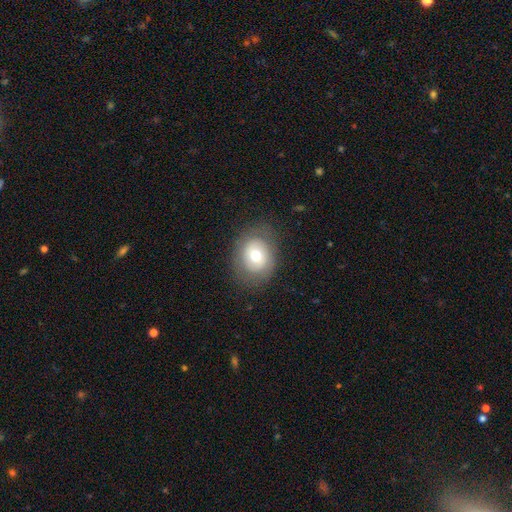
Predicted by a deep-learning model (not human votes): smooth_or_featured: smooth (p=0.60) [alt: featured or disk p=0.30]
how_rounded: round (p=0.55) [alt: in between p=0.45]
merging: none (p=0.79) [alt: minor disturbance p=0.14]